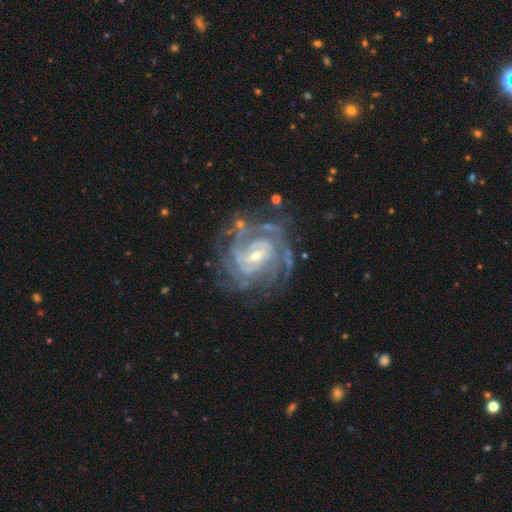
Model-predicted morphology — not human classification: This is clearly a featured or disk galaxy (91%). It is clearly not viewed edge-on (98%). Bar: possibly weak (49%). Spiral arm pattern: clearly yes (98%). Spiral arm count: marginally 4 (26%). Spiral winding: likely tight (66%). Central bulge: likely small (63%). Merging: likely none (71%).